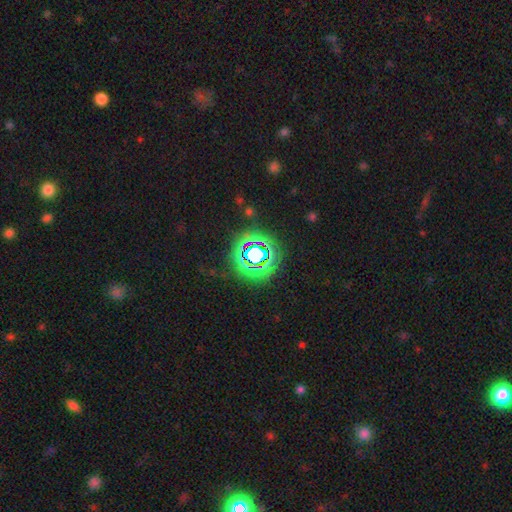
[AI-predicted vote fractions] smooth-or-featured: star or artifact: 67% | smooth: 20% | featured or disk: 13%